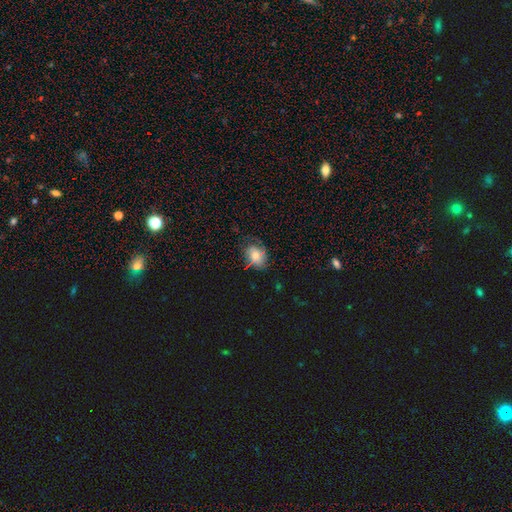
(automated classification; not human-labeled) smooth-or-featured: smooth: 62% | featured or disk: 26% | star or artifact: 12%
  how-rounded: in between: 73% | round: 25% | cigar-shaped: 2%
  merging: none: 61% | minor disturbance: 26% | major disturbance: 11% | merger: 2%